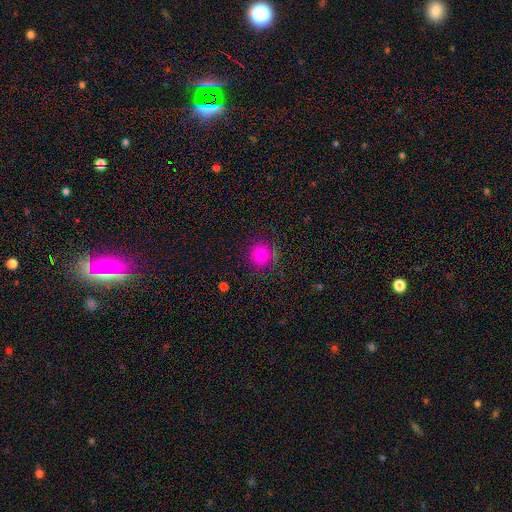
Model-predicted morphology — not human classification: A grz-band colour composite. It shows a smooth galaxy with no disk features (81%) that is round (92%). Merging: none (85%).